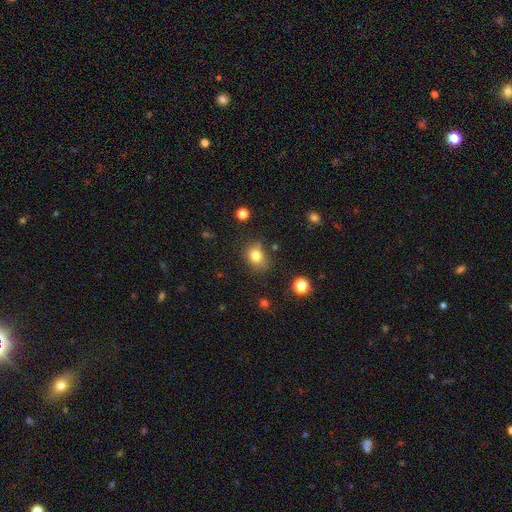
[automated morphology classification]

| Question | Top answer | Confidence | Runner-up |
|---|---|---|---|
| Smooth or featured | smooth | 79% | star or artifact (12%) |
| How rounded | round | 52% | in between (47%) |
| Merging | none | 66% | minor disturbance (23%) |